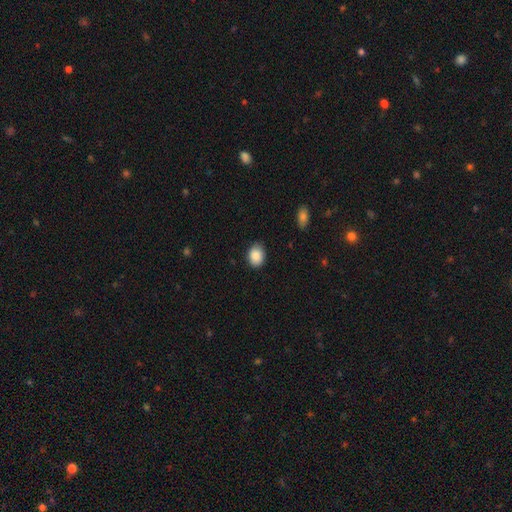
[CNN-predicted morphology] A smooth galaxy with no disk features (89%) that is in between round and cigar-shaped (67%).

Vote fractions:
- Smooth or featured? smooth: 89% / star or artifact: 7% / featured or disk: 4%
- How rounded? in between: 67% / round: 32% / cigar-shaped: 1%
- Merging? none: 81% / minor disturbance: 15% / major disturbance: 2% / merger: 1%